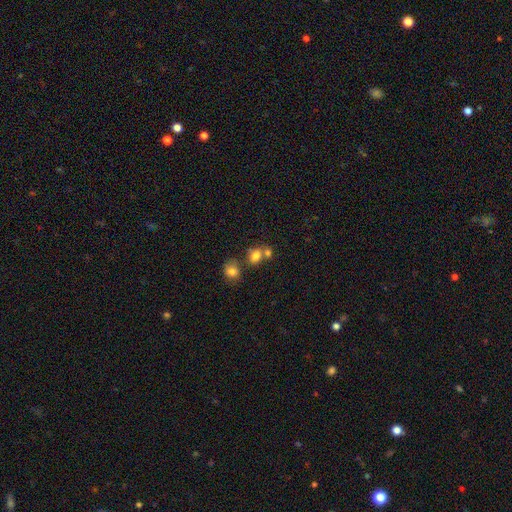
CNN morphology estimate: Overall: smooth (78%). How rounded: round (51%; in between 47%). Merging: none (44%; merger 40%).